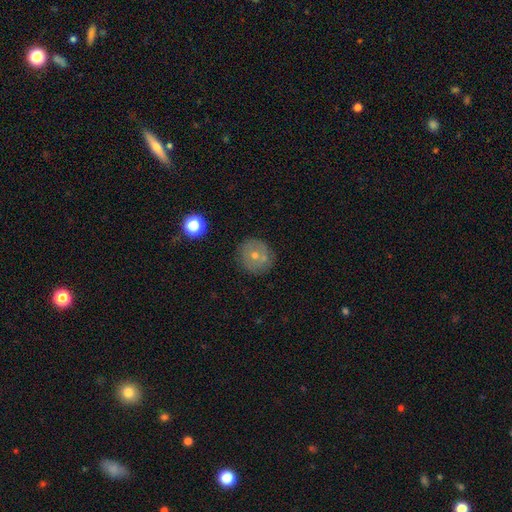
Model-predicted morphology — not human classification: smooth-or-featured: smooth: 55% | featured or disk: 34% | star or artifact: 11%
  how-rounded: round: 91% | in between: 8% | cigar-shaped: 1%
  merging: none: 76% | minor disturbance: 13% | merger: 8% | major disturbance: 4%